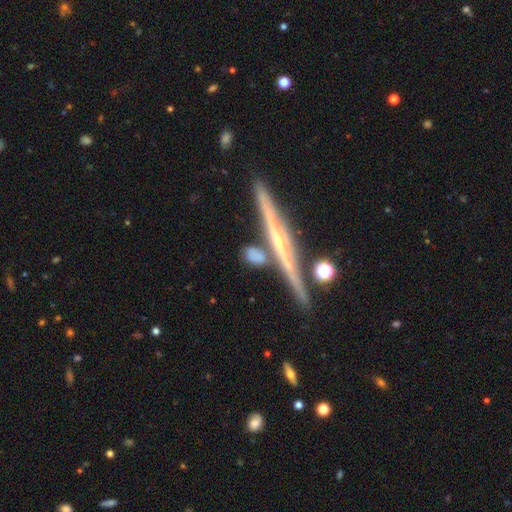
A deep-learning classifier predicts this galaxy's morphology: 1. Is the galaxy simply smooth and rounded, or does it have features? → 50% featured or disk, 41% smooth, 9% star or artifact.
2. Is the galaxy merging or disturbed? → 73% none, 13% minor disturbance, 10% merger, 4% major disturbance.